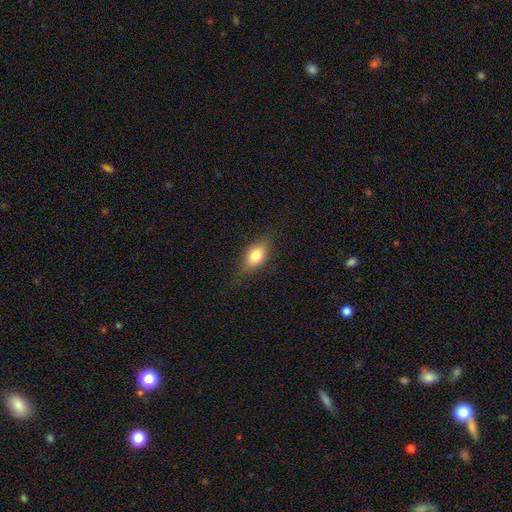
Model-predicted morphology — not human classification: Smooth or featured? smooth (75%)
How rounded? in between (81%)
Merging? none (76%)